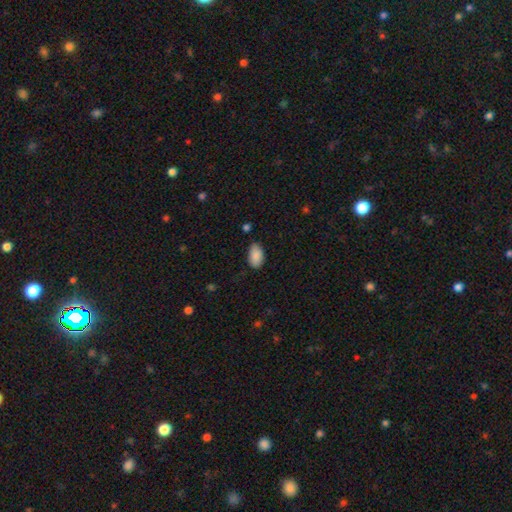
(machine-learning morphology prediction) smooth-or-featured: smooth: 89% | star or artifact: 7% | featured or disk: 5%
  how-rounded: in between: 93% | round: 5% | cigar-shaped: 2%
  merging: none: 76% | minor disturbance: 19% | major disturbance: 3% | merger: 2%